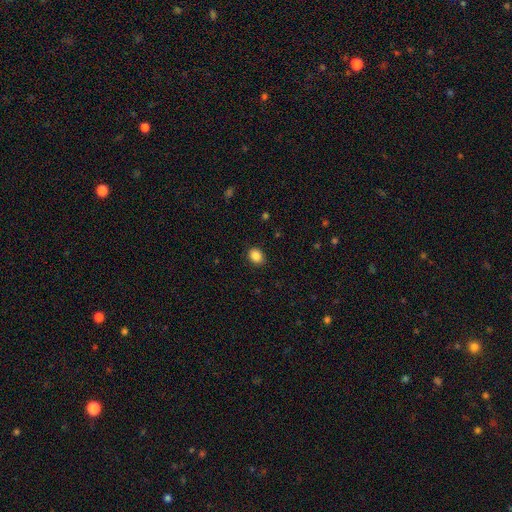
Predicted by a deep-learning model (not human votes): This appears to be a smooth galaxy with no disk features (87%) that is in between round and cigar-shaped (52%). Merging: none (89%).